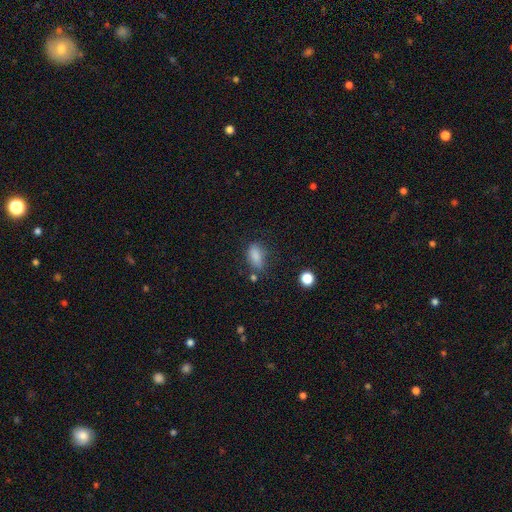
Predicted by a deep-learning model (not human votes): smooth-or-featured: smooth: 82% | star or artifact: 10% | featured or disk: 7%
  how-rounded: in between: 84% | cigar-shaped: 9% | round: 7%
  merging: none: 61% | minor disturbance: 24% | major disturbance: 9% | merger: 6%